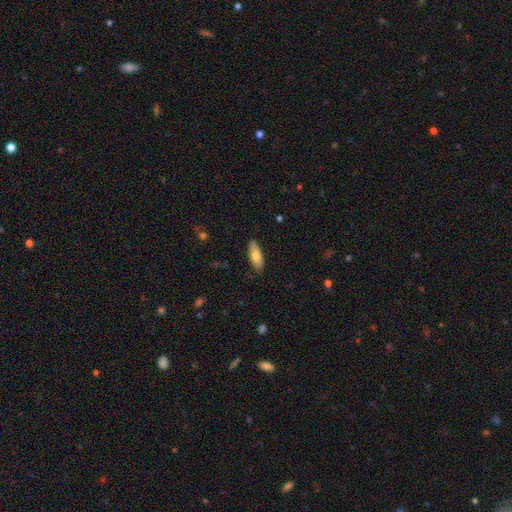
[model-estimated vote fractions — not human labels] This is likely a smooth galaxy (74%). How rounded: likely in between (69%). Merging: clearly none (86%).